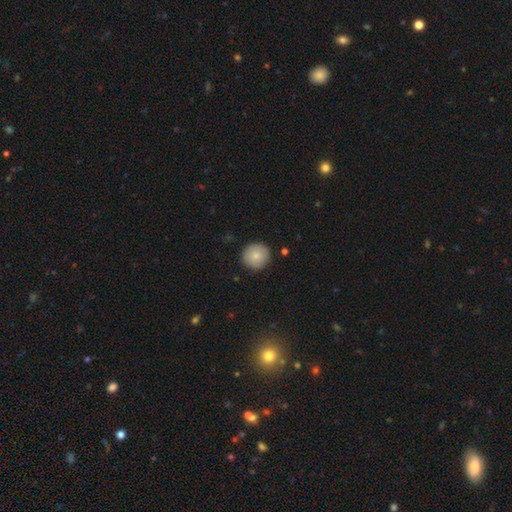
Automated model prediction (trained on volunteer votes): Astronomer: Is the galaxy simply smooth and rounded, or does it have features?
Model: smooth — 82%.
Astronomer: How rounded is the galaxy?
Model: round — 94%.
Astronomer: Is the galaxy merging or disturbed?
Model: none — 89%.